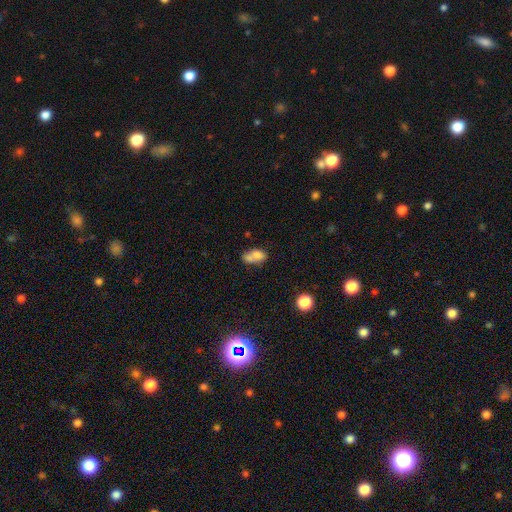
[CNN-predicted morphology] The model was most divided on "merging": merger: 49%, none: 28%, minor disturbance: 14%, major disturbance: 8%. More confident: how rounded — in between (79%); smooth or featured — smooth (72%).